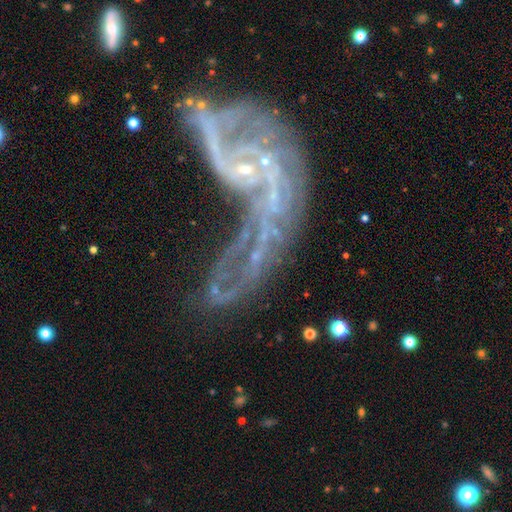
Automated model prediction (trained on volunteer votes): Overall: featured or disk (80%). Edge-on disk: no (95%). Bar: no (59%; weak 29%). Spiral arms: yes (80%). Spiral arm count: 2 (54%; can't tell 17%). Spiral winding: loose (58%; medium 28%). Bulge size: small (68%). Merging: major disturbance (35%; merger 34%).